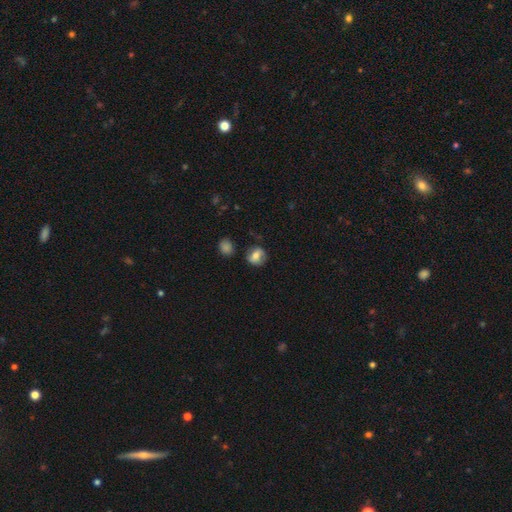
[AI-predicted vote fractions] This is likely a smooth galaxy (67%). How rounded: likely round (66%). Merging: likely none (74%).